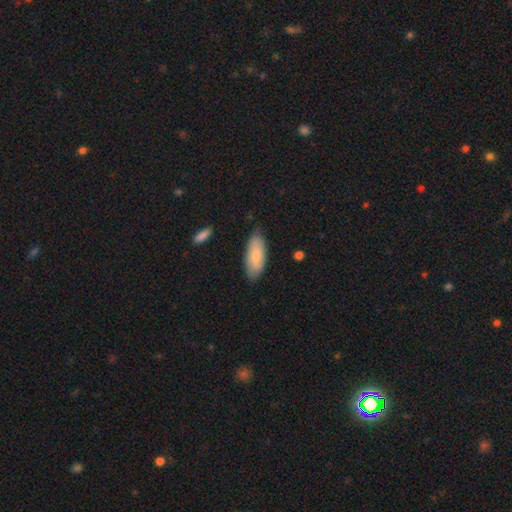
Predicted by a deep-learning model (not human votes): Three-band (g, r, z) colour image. It shows a smooth galaxy with no disk features (81%) that is in between round and cigar-shaped (78%). Merging: none (80%).